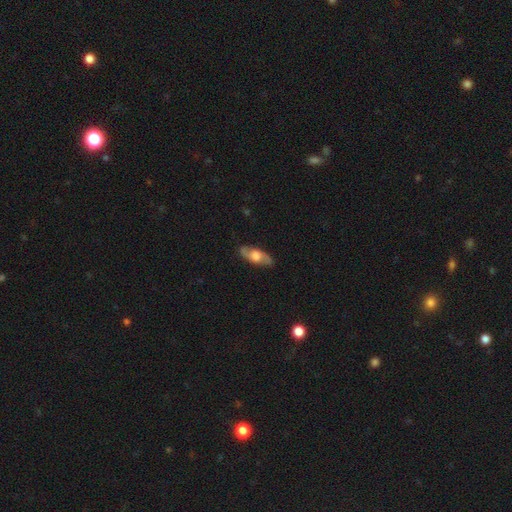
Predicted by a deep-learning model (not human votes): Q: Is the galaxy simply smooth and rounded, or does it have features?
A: featured or disk — 60%.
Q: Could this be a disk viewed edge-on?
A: no — 70%.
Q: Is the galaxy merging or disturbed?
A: none — 85%.